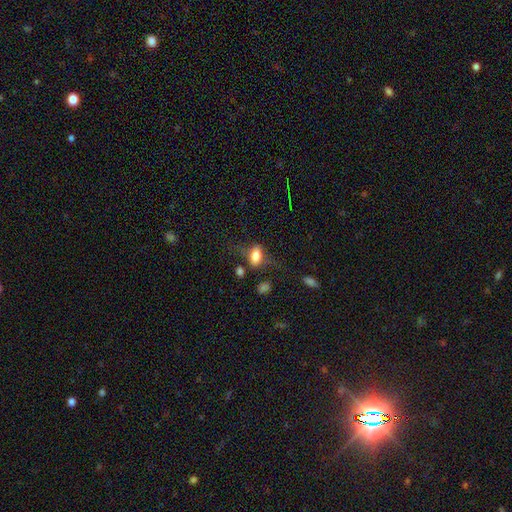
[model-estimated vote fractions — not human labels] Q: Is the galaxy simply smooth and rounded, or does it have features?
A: smooth — 69%.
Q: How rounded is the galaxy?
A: in between — 82%.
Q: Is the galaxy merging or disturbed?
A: none — 58%.